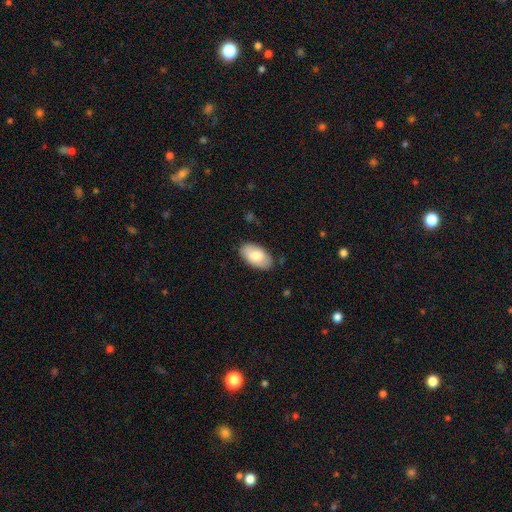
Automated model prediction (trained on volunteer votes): A smooth galaxy with no disk features (77%) that is in between round and cigar-shaped (96%).

Vote fractions:
- Smooth or featured? smooth: 77% / featured or disk: 17% / star or artifact: 6%
- How rounded? in between: 96% / round: 3% / cigar-shaped: 2%
- Merging? none: 83% / minor disturbance: 13% / major disturbance: 3% / merger: 1%